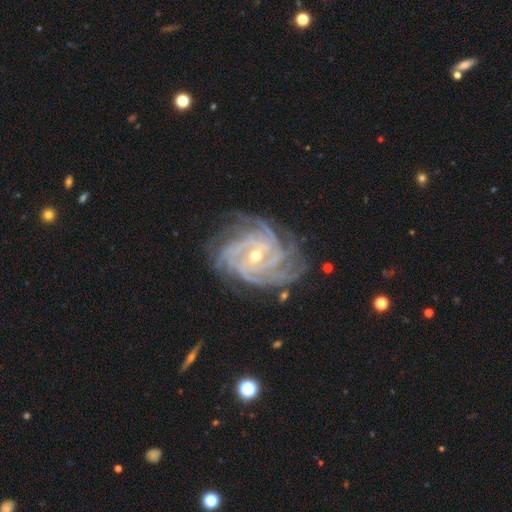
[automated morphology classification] This is clearly a featured or disk galaxy (92%). It is clearly not viewed edge-on (97%). Bar: marginally weak (41%). Spiral arm pattern: clearly yes (98%). Spiral arm count: marginally 4 (30%). Spiral winding: likely tight (75%). Central bulge: possibly small (55%). Merging: likely none (77%).